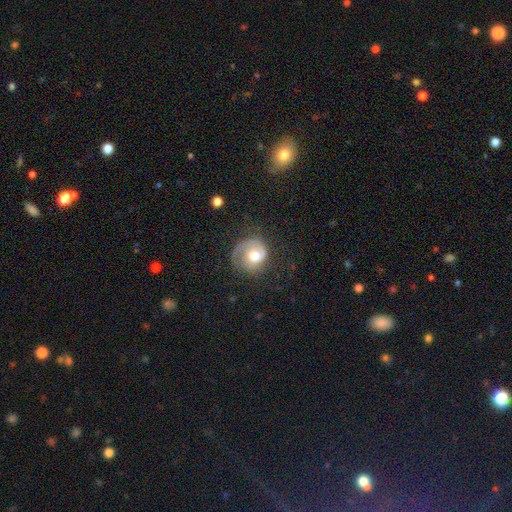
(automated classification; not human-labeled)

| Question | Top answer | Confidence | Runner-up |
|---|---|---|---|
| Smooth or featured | featured or disk | 58% | smooth (35%) |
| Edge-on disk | no | 97% | yes (3%) |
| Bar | no | 68% | weak (27%) |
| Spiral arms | yes | 83% | no (17%) |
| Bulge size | moderate | 66% | large (22%) |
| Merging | none | 53% | minor disturbance (22%) |